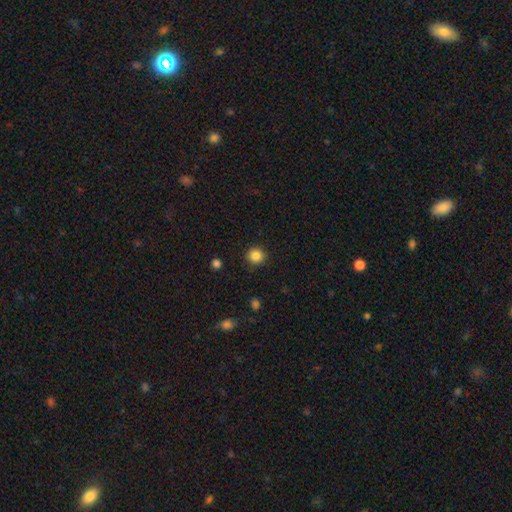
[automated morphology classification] smooth_or_featured: smooth (p=0.86) [alt: star or artifact p=0.11]
how_rounded: round (p=0.93) [alt: in between p=0.06]
merging: none (p=0.91) [alt: minor disturbance p=0.06]